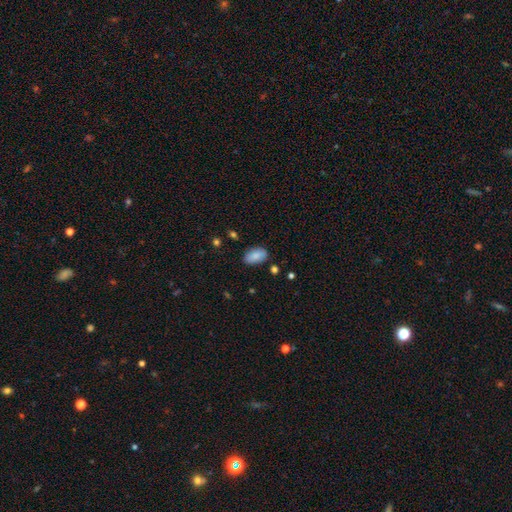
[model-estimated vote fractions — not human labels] This appears to be a smooth galaxy with no disk features (85%) that is in between round and cigar-shaped (93%). Merging: none (82%).